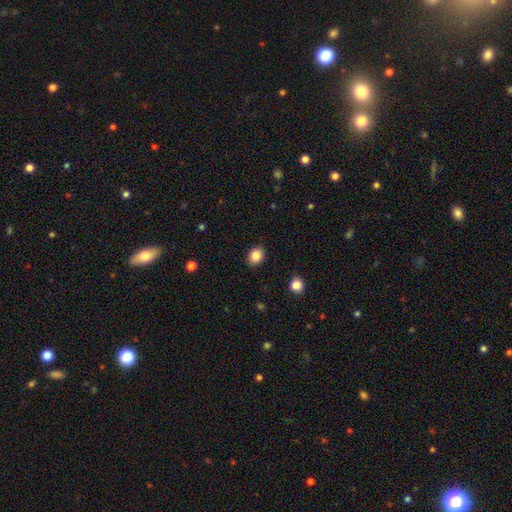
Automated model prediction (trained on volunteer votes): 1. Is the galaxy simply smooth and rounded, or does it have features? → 85% smooth, 9% star or artifact, 6% featured or disk.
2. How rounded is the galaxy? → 55% in between, 44% round, 1% cigar-shaped.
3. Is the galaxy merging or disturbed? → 89% none, 8% minor disturbance, 2% major disturbance, 1% merger.